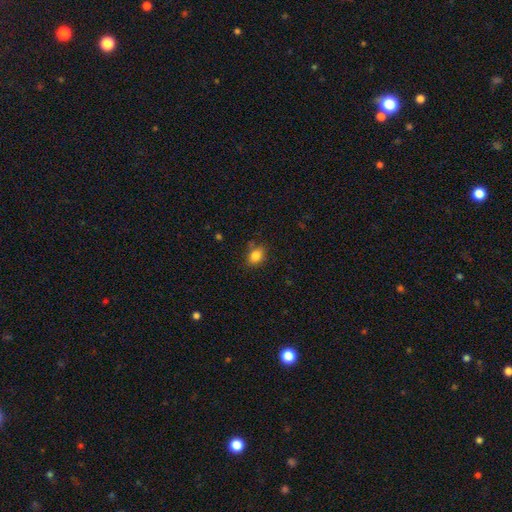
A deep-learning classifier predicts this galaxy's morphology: A smooth galaxy with no disk features (84%) that is in between round and cigar-shaped (56%). Merging: none (78%).